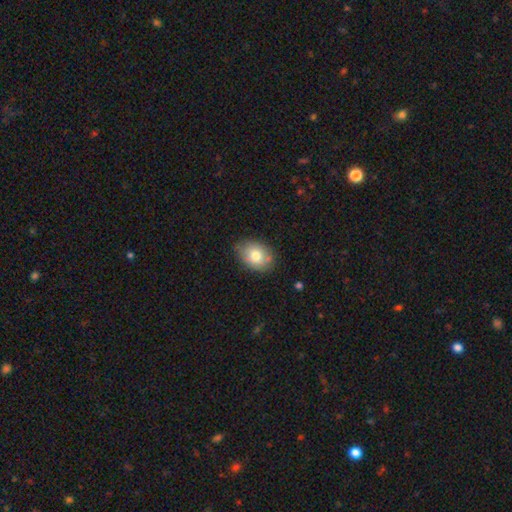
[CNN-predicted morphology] Smooth or featured?
  - smooth: 78% *
  - featured or disk: 14%
  - star or artifact: 8%
How rounded?
  - in between: 73% *
  - round: 26%
  - cigar-shaped: 1%
Merging?
  - none: 79% *
  - minor disturbance: 16%
  - major disturbance: 3%
  - merger: 2%